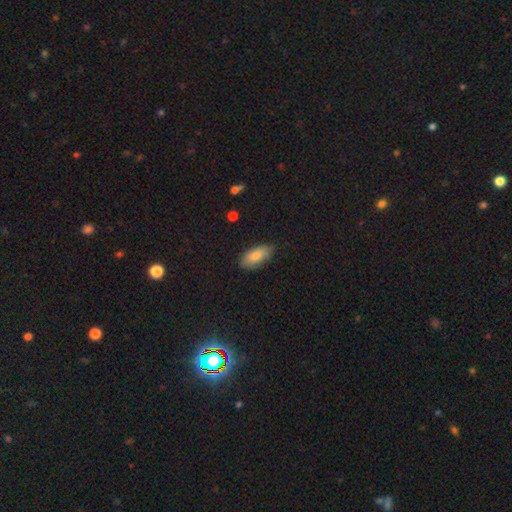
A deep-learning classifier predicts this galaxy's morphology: Smooth or featured: smooth — 85% (featured or disk — 9%)
How rounded: in between — 86% (cigar-shaped — 12%)
Merging: none — 79% (minor disturbance — 17%)